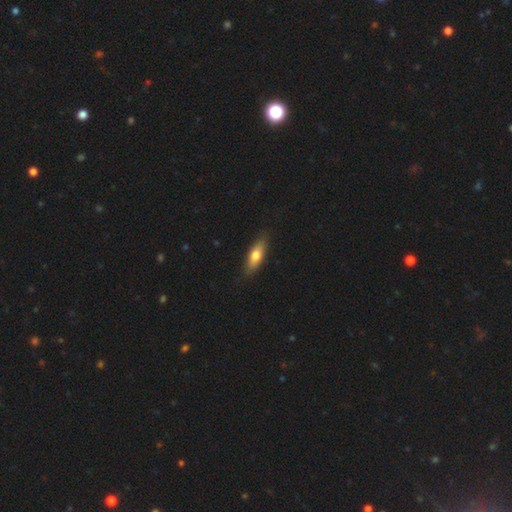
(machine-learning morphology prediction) Overall: smooth (67%; featured or disk 27%). How rounded: in between (58%; cigar-shaped 39%). Merging: none (84%).